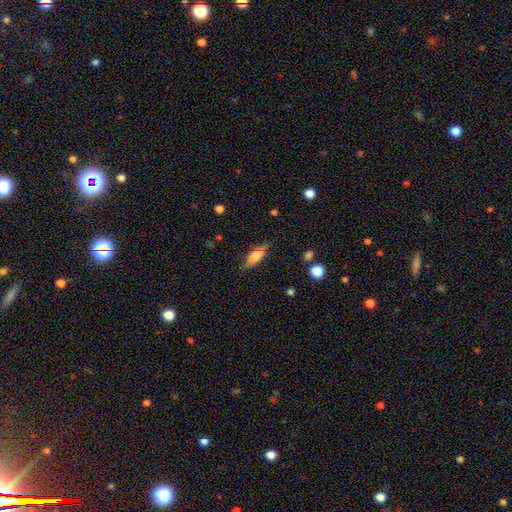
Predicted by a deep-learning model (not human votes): smooth 61%, featured or disk 30%, star or artifact 9%. Down the decision tree: how rounded — in between (60%); merging — none (77%).